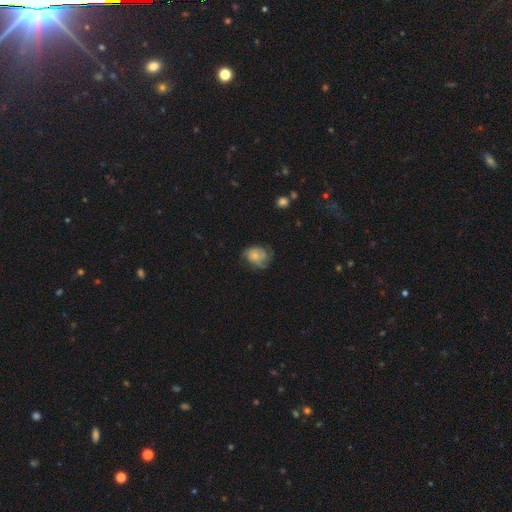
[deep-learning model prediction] Overall: featured or disk (47%; smooth 44%). Merging: none (51%; minor disturbance 28%).